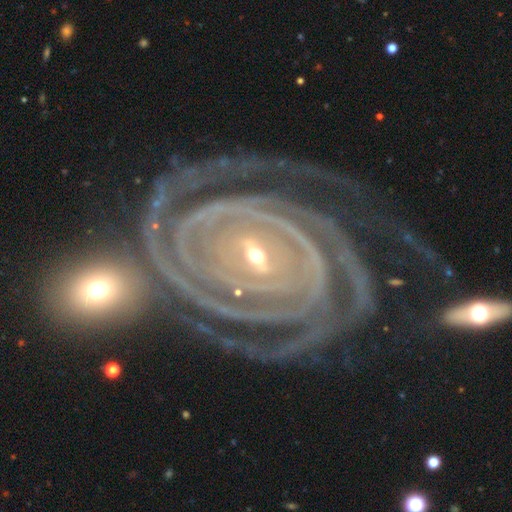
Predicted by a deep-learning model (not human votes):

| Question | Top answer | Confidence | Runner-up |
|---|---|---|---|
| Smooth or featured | featured or disk | 92% | star or artifact (6%) |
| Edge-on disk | no | 96% | yes (4%) |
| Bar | no | 57% | weak (21%) |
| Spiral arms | yes | 99% | no (1%) |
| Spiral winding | tight | 90% | medium (8%) |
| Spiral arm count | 2 | 28% | 3 (21%) |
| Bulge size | small | 78% | moderate (19%) |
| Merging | none | 70% | minor disturbance (14%) |